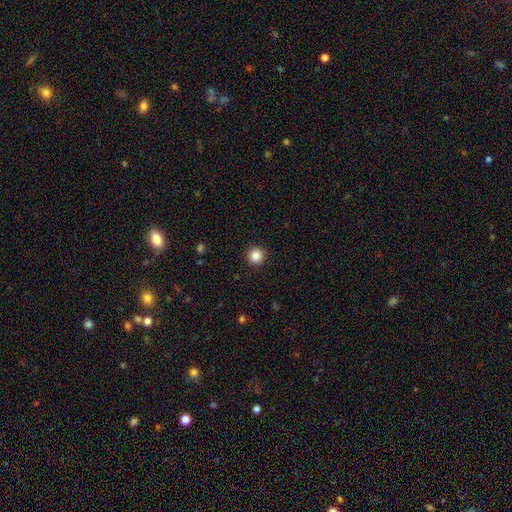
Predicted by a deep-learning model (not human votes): Q: Smooth or featured?
A: smooth (86%); runner-up: star or artifact (10%)
Q: How rounded?
A: round (95%); runner-up: in between (4%)
Q: Merging?
A: none (93%); runner-up: minor disturbance (5%)